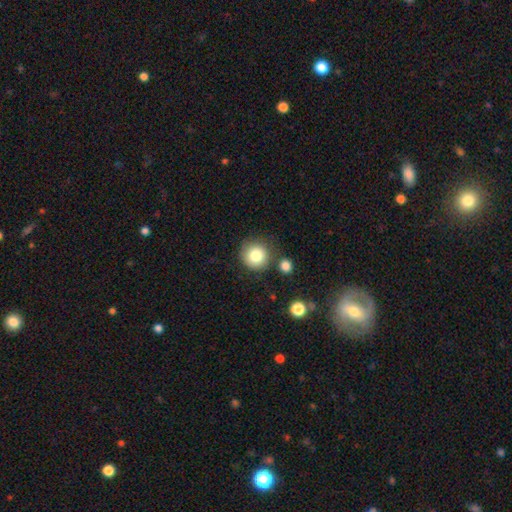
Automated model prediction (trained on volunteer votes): This is clearly a smooth galaxy (82%). How rounded: clearly round (93%). Merging: likely none (74%).